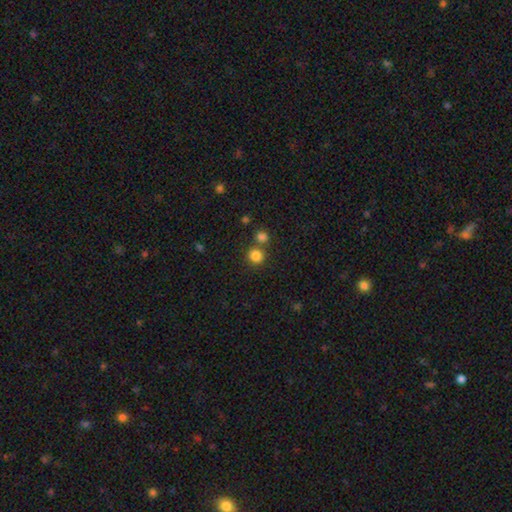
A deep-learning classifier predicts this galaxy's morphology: The model was most divided on "merging": none: 69%, merger: 21%, minor disturbance: 7%, major disturbance: 3%. More confident: how rounded — round (90%); smooth or featured — smooth (82%).